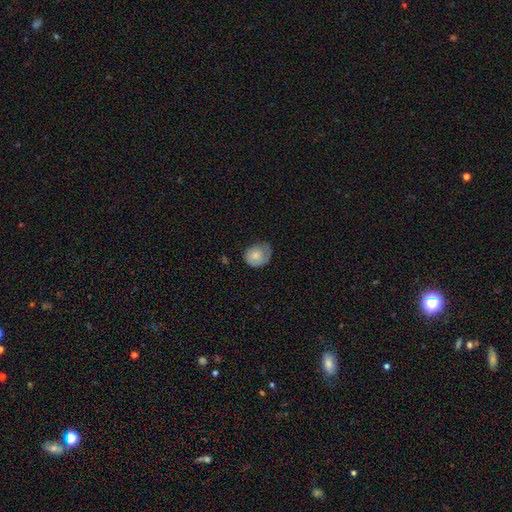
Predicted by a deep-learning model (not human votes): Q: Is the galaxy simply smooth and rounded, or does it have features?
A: smooth — 73%.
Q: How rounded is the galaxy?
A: round — 60%.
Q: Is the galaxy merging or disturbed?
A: none — 46%.